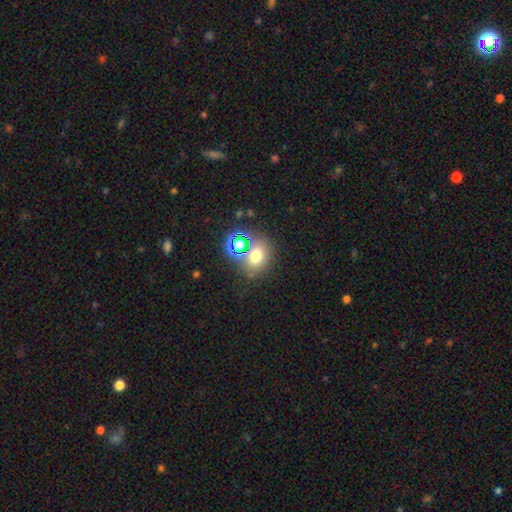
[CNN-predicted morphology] A smooth galaxy with no disk features (64%) that is round (55%).

Vote fractions:
- Smooth or featured? smooth: 64% / star or artifact: 25% / featured or disk: 11%
- How rounded? round: 55% / in between: 44% / cigar-shaped: 1%
- Merging? none: 63% / merger: 21% / minor disturbance: 11% / major disturbance: 5%